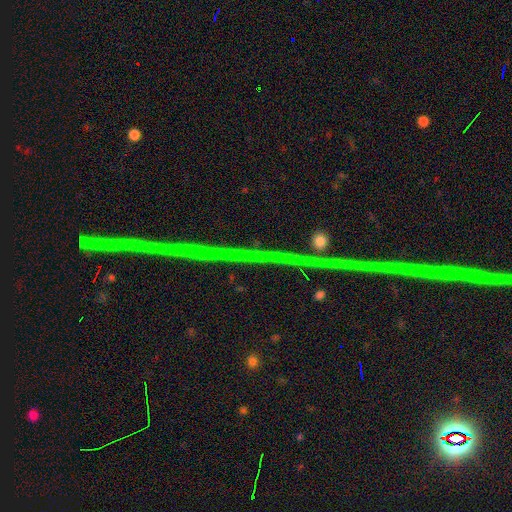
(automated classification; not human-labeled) Smooth or featured: star or artifact — 82% (featured or disk — 12%)